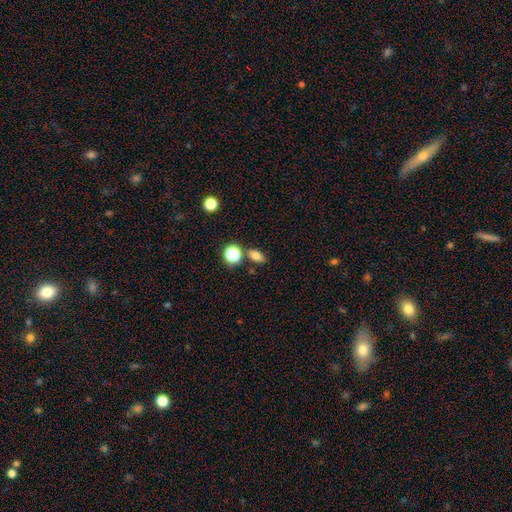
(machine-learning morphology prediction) Smooth or featured? smooth (75%)
How rounded? in between (75%)
Merging? none (76%)